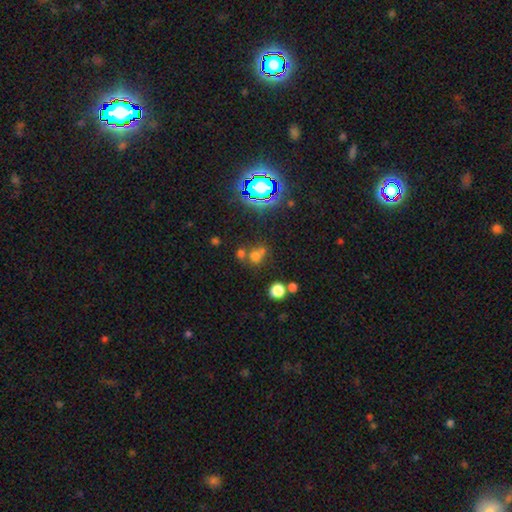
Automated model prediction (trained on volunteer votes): This is possibly a smooth galaxy (59%). How rounded: likely round (74%). Merging: possibly none (49%).